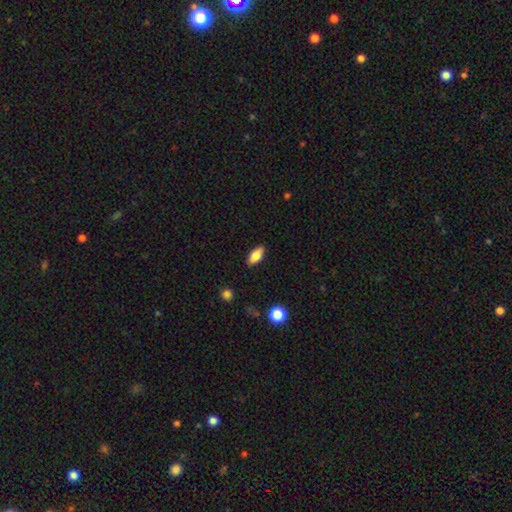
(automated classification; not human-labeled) Smooth or featured? smooth (81%)
How rounded? in between (85%)
Merging? none (88%)